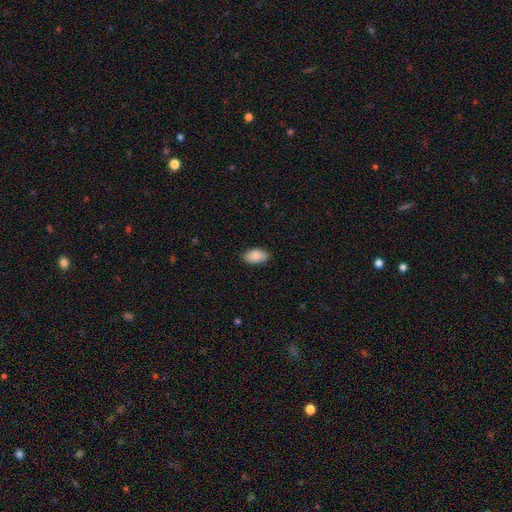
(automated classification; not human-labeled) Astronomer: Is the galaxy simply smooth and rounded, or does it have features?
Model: smooth — 85%.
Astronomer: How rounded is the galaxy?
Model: in between — 94%.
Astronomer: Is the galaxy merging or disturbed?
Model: none — 84%.